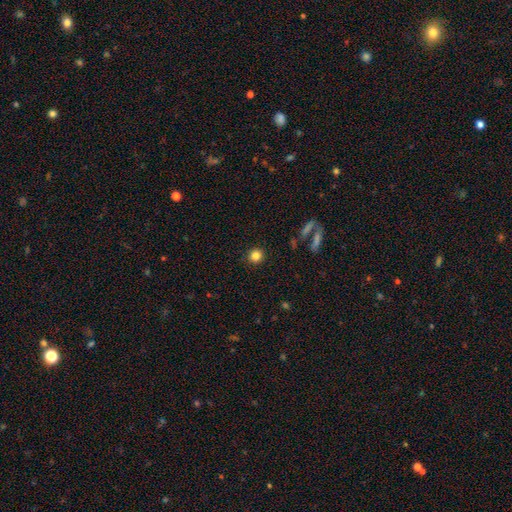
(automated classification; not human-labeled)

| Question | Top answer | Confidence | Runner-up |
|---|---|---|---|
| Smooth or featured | smooth | 83% | star or artifact (12%) |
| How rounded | round | 91% | in between (8%) |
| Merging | none | 91% | minor disturbance (6%) |